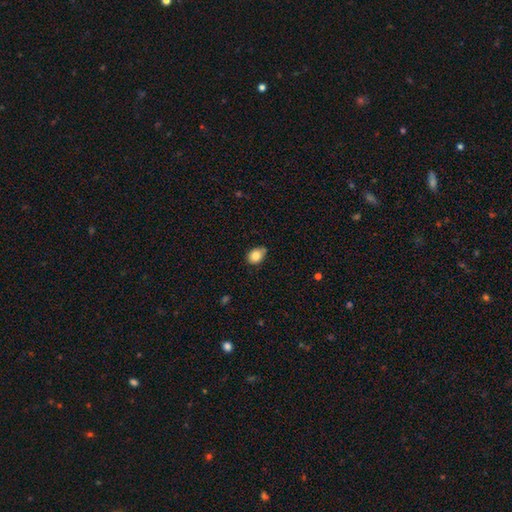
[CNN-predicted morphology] Smooth or featured? Predicted: smooth (p=0.83). How rounded? Predicted: in between (p=0.56). Merging? Predicted: none (p=0.69).